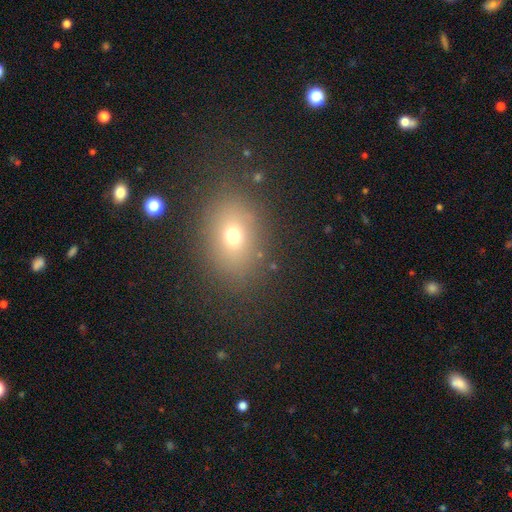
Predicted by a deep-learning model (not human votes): Q: Smooth or featured?
A: smooth (66%); runner-up: star or artifact (21%)
Q: How rounded?
A: in between (64%); runner-up: round (34%)
Q: Merging?
A: none (84%); runner-up: minor disturbance (10%)